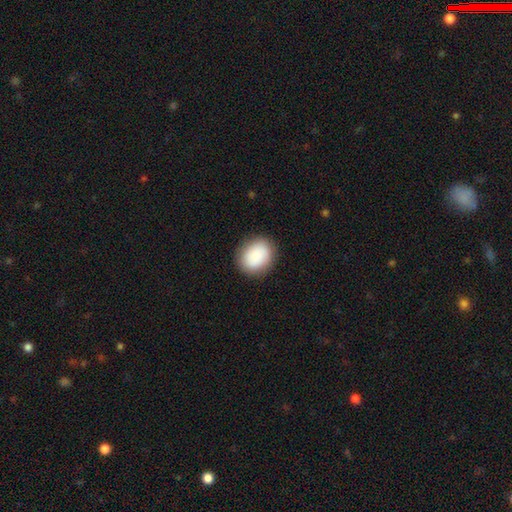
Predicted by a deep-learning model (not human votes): Overall: smooth (81%). How rounded: round (55%; in between 44%). Merging: none (85%).